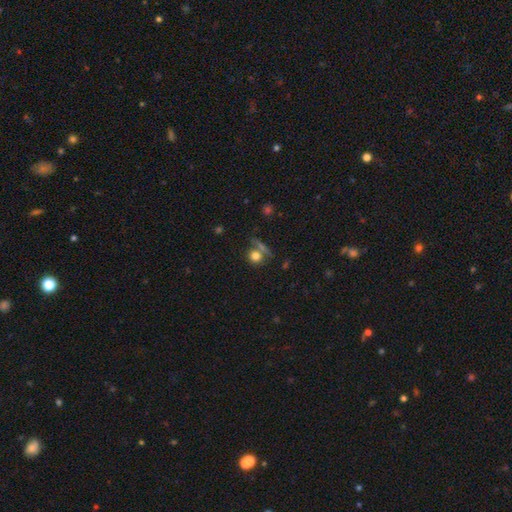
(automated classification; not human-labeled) Smooth or featured? Predicted: smooth (p=0.76). How rounded? Predicted: round (p=0.81). Merging? Predicted: none (p=0.57).